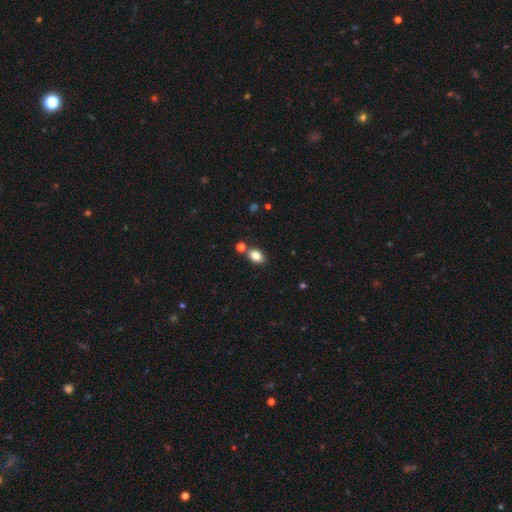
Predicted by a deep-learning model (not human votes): The model was most divided on "how rounded": in between: 81%, round: 18%, cigar-shaped: 1%. More confident: smooth or featured — smooth (83%); merging — none (77%).